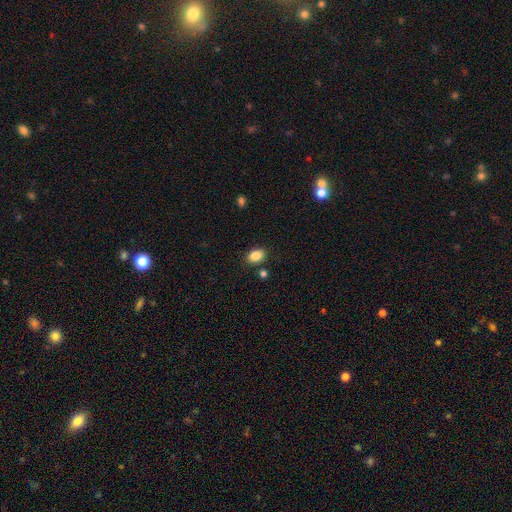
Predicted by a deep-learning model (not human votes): smooth_or_featured: smooth (p=0.87) [alt: star or artifact p=0.09]
how_rounded: in between (p=0.81) [alt: round p=0.18]
merging: none (p=0.83) [alt: minor disturbance p=0.10]